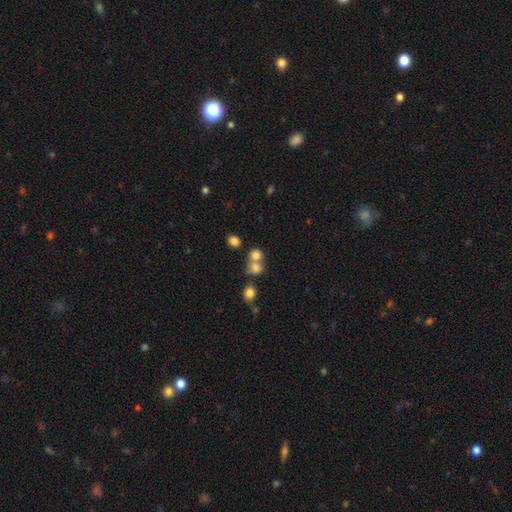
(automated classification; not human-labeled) smooth 77%, star or artifact 14%, featured or disk 9%. Down the decision tree: how rounded — round (79%); merging — none (46%).